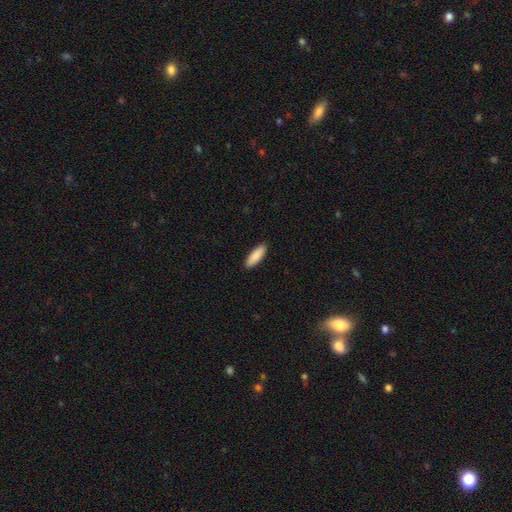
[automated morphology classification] smooth-or-featured: smooth: 89% | featured or disk: 6% | star or artifact: 5%
  how-rounded: in between: 56% | cigar-shaped: 42% | round: 2%
  merging: none: 91% | minor disturbance: 7% | major disturbance: 1% | merger: 1%